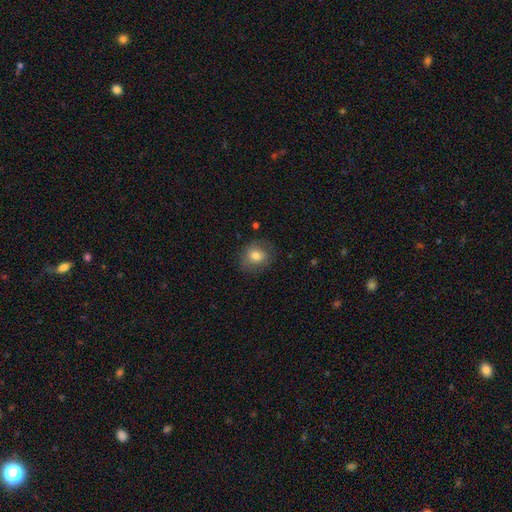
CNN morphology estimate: type=smooth (77%); roundness=round (66%); merging=none (77%).